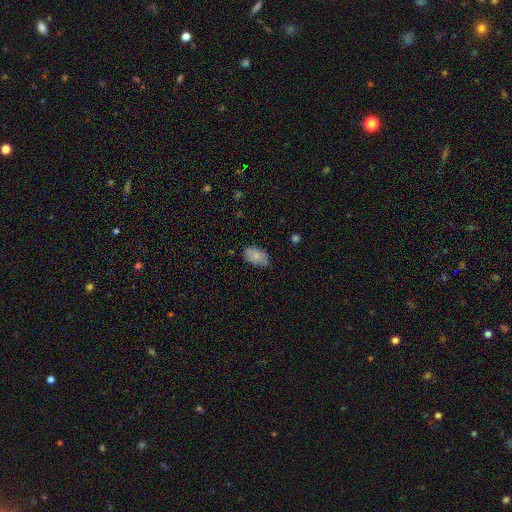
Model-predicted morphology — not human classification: A smooth galaxy with no disk features (80%) that is in between round and cigar-shaped (91%). Merging: none (76%).